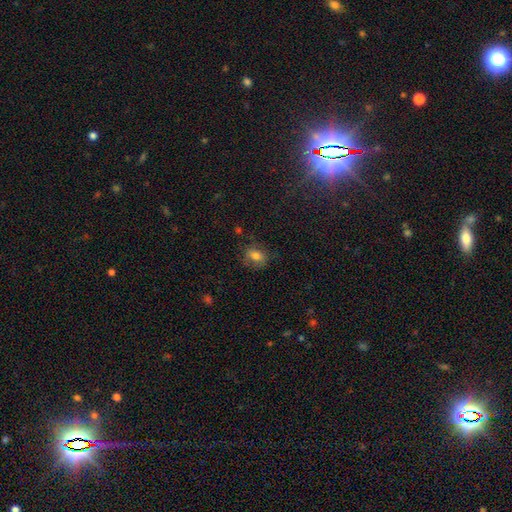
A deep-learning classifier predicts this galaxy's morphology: Smooth or featured? Predicted: smooth (p=0.74). How rounded? Predicted: in between (p=0.55). Merging? Predicted: none (p=0.72).